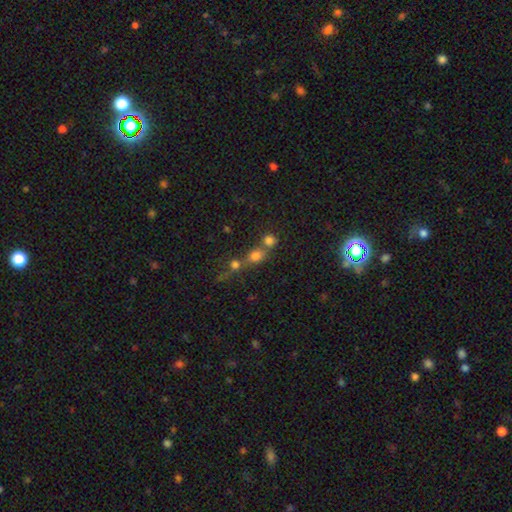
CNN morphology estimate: Q: Smooth or featured?
A: smooth (68%); runner-up: star or artifact (20%)
Q: How rounded?
A: round (74%); runner-up: in between (23%)
Q: Merging?
A: merger (51%); runner-up: none (39%)